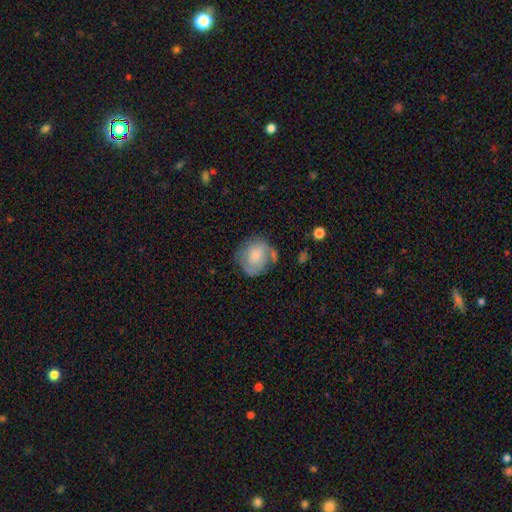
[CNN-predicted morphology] A smooth galaxy with no disk features (64%) that is round (70%).

Vote fractions:
- Smooth or featured? smooth: 64% / featured or disk: 29% / star or artifact: 7%
- How rounded? round: 70% / in between: 29% / cigar-shaped: 1%
- Merging? none: 51% / minor disturbance: 28% / major disturbance: 13% / merger: 8%